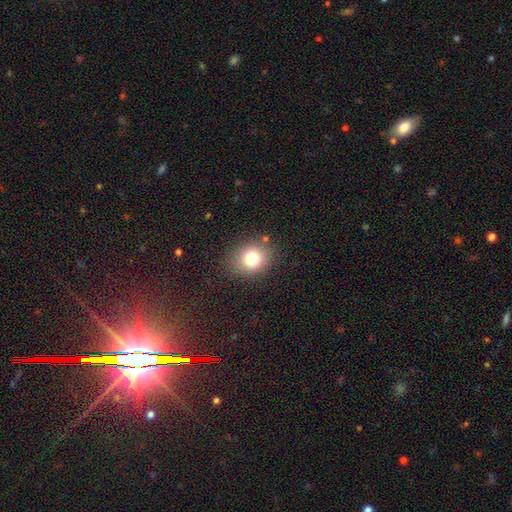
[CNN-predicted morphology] The model was most divided on "smooth or featured": smooth: 64%, star or artifact: 27%, featured or disk: 9%. More confident: merging — none (89%); how rounded — round (71%).